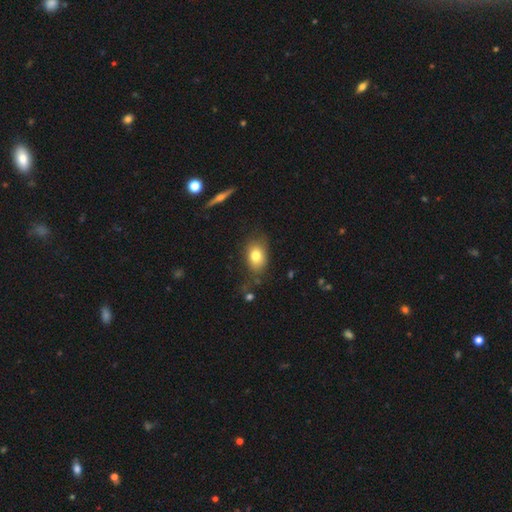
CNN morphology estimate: Smooth or featured: smooth — 78% (featured or disk — 13%)
How rounded: in between — 76% (round — 22%)
Merging: none — 69% (minor disturbance — 21%)